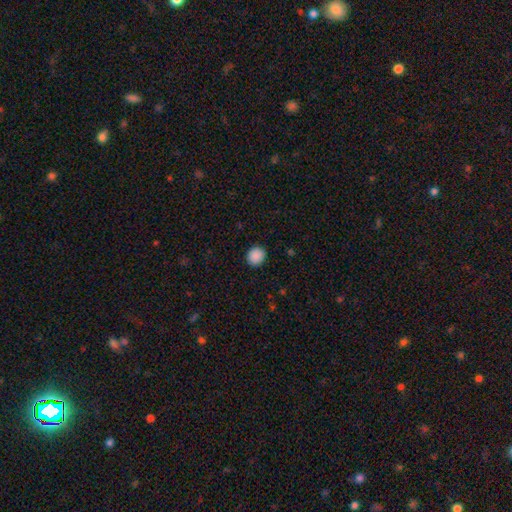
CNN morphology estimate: This is clearly a smooth galaxy (90%). How rounded: likely round (79%). Merging: clearly none (91%).